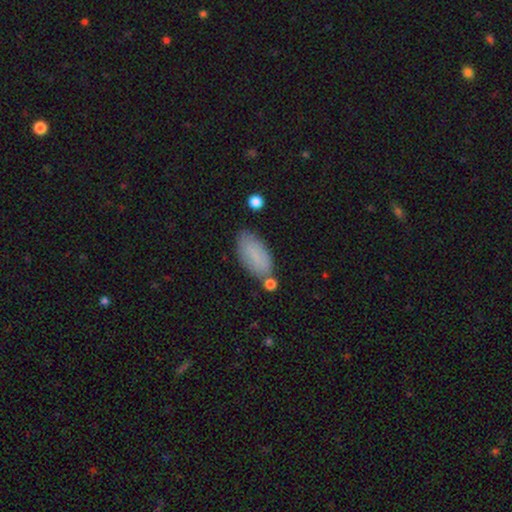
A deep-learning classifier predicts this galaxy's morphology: A smooth galaxy with no disk features (83%) that is in between round and cigar-shaped (90%). Merging: none (74%).